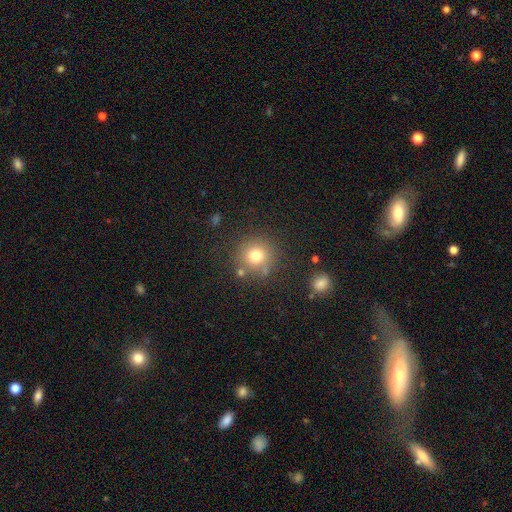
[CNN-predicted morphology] smooth 75%, star or artifact 14%, featured or disk 10%. Down the decision tree: how rounded — round (92%); merging — none (77%).